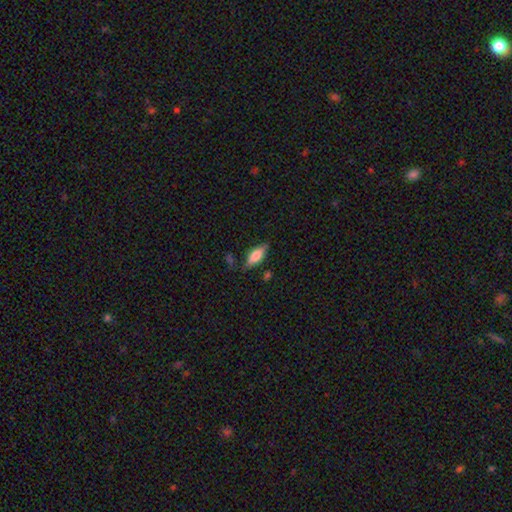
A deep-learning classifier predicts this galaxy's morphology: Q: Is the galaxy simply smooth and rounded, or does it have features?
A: smooth — 60%.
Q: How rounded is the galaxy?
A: in between — 62%.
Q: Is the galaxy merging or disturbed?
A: none — 77%.